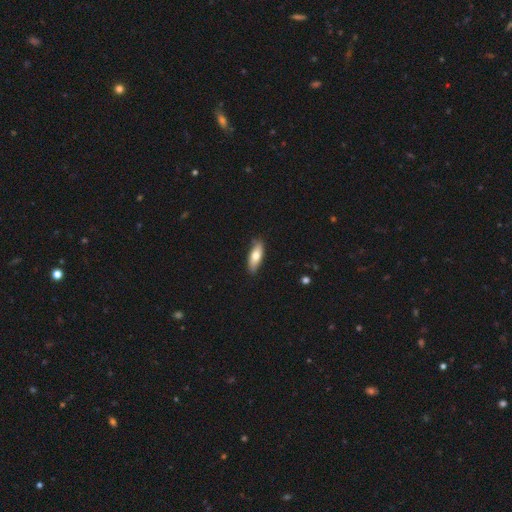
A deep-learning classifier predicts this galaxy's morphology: type=smooth (70%); roundness=in between (65%); merging=none (83%).